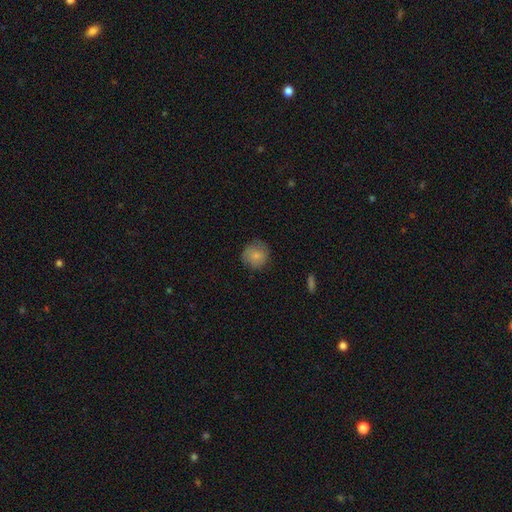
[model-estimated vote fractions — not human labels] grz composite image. It shows a smooth galaxy with no disk features (73%) that is round (91%). Merging: none (77%).